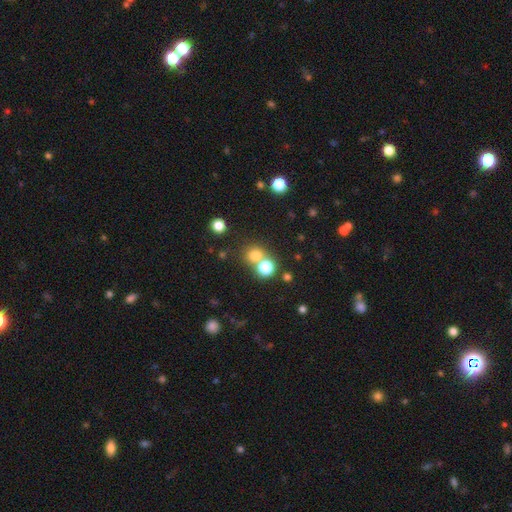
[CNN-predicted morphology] type=smooth (73%); roundness=round (82%); merging=none (56%).